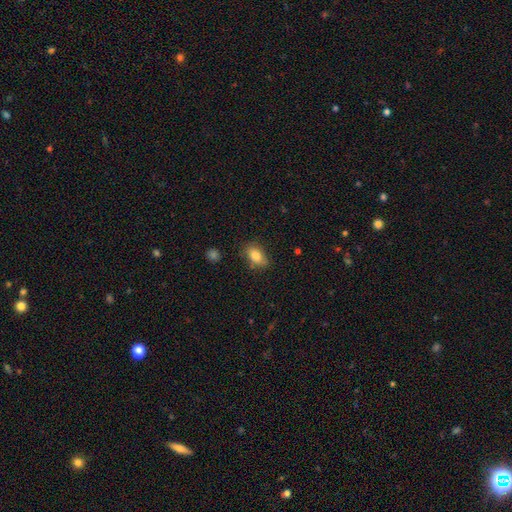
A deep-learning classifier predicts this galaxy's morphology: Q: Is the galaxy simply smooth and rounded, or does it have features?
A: smooth — 81%.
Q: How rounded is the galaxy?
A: in between — 87%.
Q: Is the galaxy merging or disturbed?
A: none — 76%.